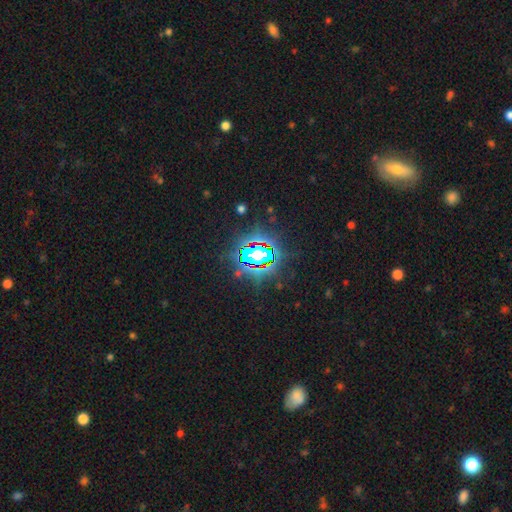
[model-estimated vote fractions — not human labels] star or artifact 82%, smooth 10%, featured or disk 8%.